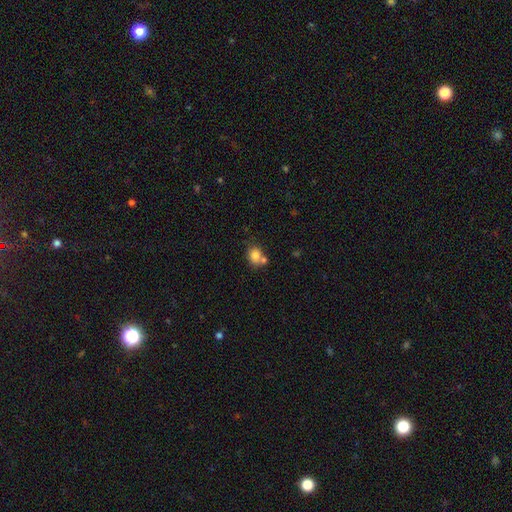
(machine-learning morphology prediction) smooth 80%, star or artifact 10%, featured or disk 10%. Down the decision tree: how rounded — round (61%); merging — none (50%).